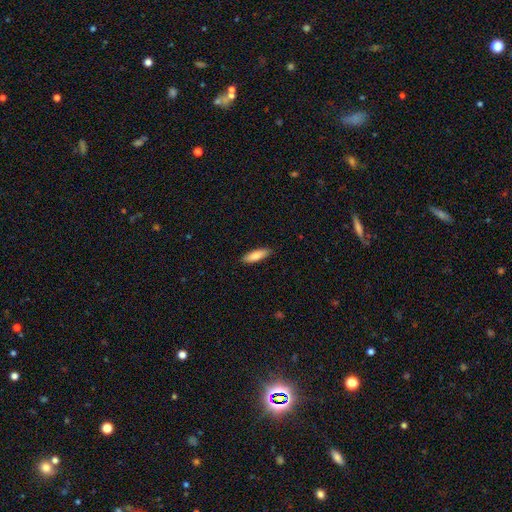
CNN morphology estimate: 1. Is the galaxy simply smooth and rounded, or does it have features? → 81% smooth, 13% featured or disk, 6% star or artifact.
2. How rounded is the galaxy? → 51% cigar-shaped, 47% in between, 2% round.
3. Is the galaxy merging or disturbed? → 88% none, 9% minor disturbance, 2% major disturbance, 1% merger.